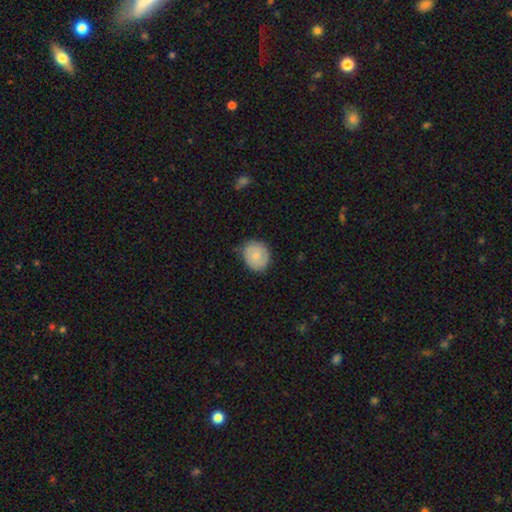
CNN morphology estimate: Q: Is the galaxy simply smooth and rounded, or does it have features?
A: smooth — 64%.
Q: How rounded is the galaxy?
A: round — 76%.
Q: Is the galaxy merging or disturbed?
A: none — 70%.